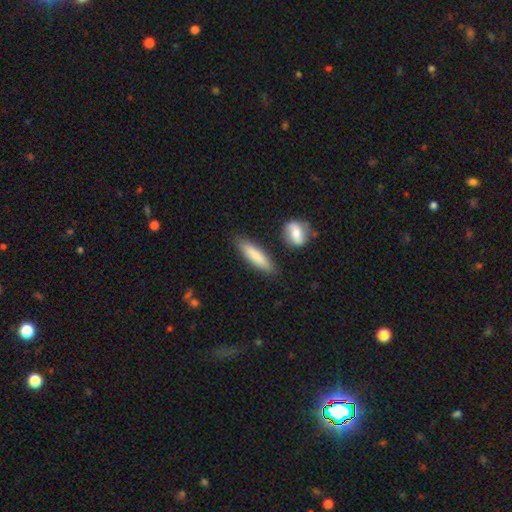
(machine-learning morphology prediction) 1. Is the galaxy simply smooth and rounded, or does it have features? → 81% smooth, 13% featured or disk, 5% star or artifact.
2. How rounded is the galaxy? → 74% cigar-shaped, 24% in between, 2% round.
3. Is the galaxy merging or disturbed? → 84% none, 10% minor disturbance, 4% merger, 2% major disturbance.